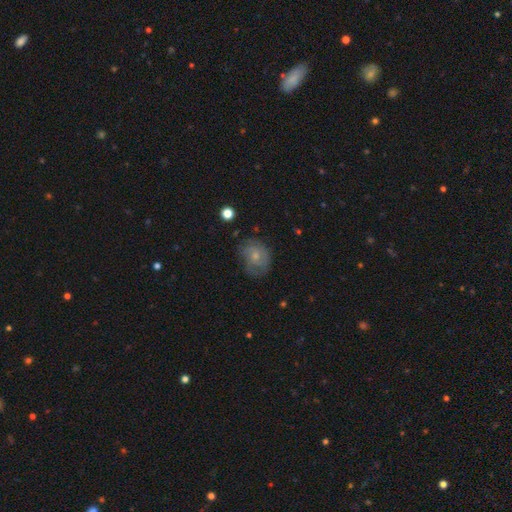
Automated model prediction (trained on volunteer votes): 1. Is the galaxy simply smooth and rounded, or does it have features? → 55% featured or disk, 36% smooth, 9% star or artifact.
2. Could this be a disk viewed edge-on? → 97% no, 3% yes.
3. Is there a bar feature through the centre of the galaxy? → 76% no, 21% weak, 3% strong.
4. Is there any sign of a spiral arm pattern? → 81% yes, 19% no.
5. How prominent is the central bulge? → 55% small, 36% moderate, 6% none, 2% large, 1% dominant.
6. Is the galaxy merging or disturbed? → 63% none, 24% minor disturbance, 11% major disturbance, 2% merger.